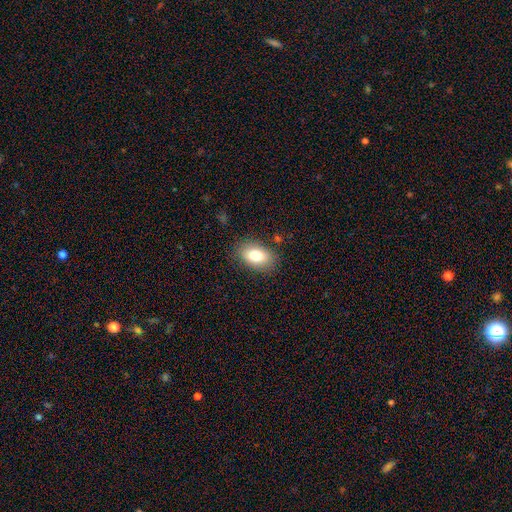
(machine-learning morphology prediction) The model was most divided on "smooth or featured": smooth: 79%, featured or disk: 12%, star or artifact: 8%. More confident: how rounded — in between (89%); merging — none (85%).